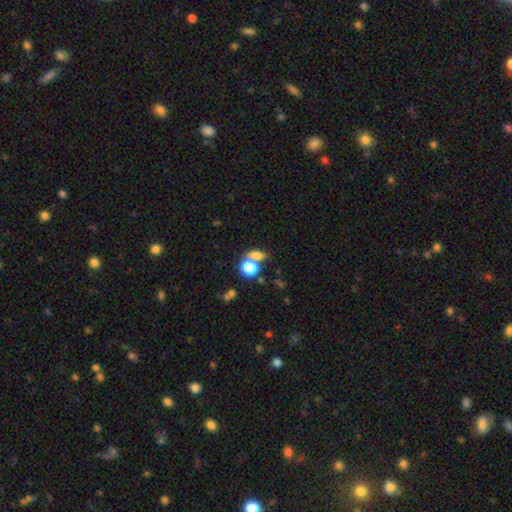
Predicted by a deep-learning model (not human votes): This is likely a smooth galaxy (71%). How rounded: possibly in between (55%). Merging: possibly none (48%).